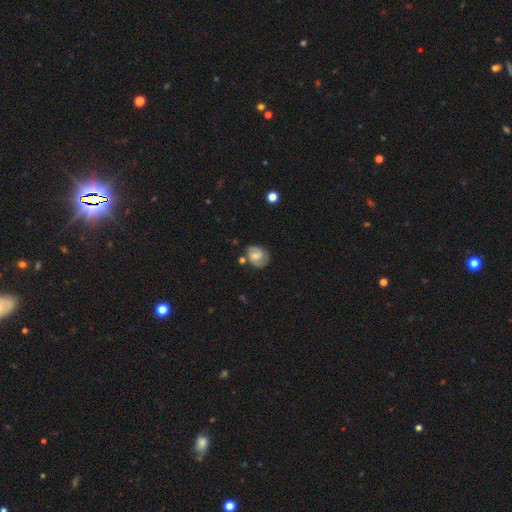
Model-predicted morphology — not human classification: smooth_or_featured: featured or disk (p=0.50) [alt: smooth p=0.41]
disk_edge_on: no (p=0.97) [alt: yes p=0.03]
merging: none (p=0.61) [alt: minor disturbance p=0.23]